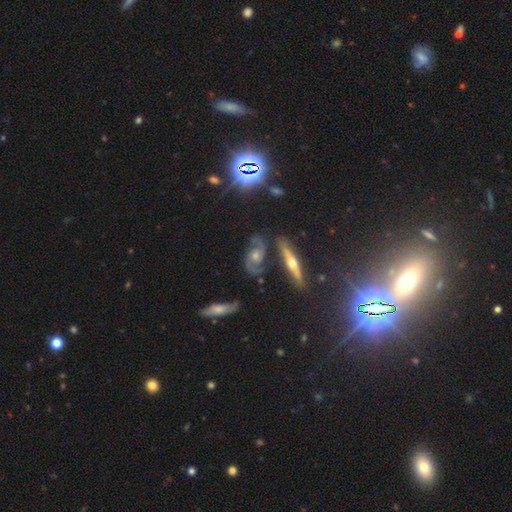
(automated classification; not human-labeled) Smooth or featured?
  - featured or disk: 70% *
  - star or artifact: 18%
  - smooth: 12%
Edge-on disk?
  - no: 68% *
  - yes: 32%
Merging?
  - none: 66% *
  - minor disturbance: 17%
  - major disturbance: 8%
  - merger: 8%